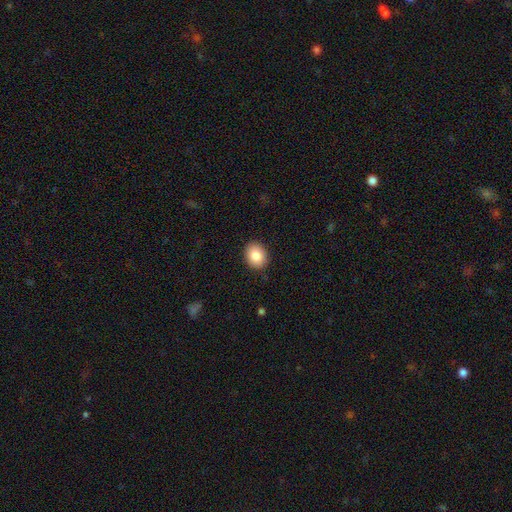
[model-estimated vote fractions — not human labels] A smooth galaxy with no disk features (87%) that is in between round and cigar-shaped (59%).

Vote fractions:
- Smooth or featured? smooth: 87% / star or artifact: 7% / featured or disk: 6%
- How rounded? in between: 59% / round: 40% / cigar-shaped: 1%
- Merging? none: 88% / minor disturbance: 9% / major disturbance: 2% / merger: 1%